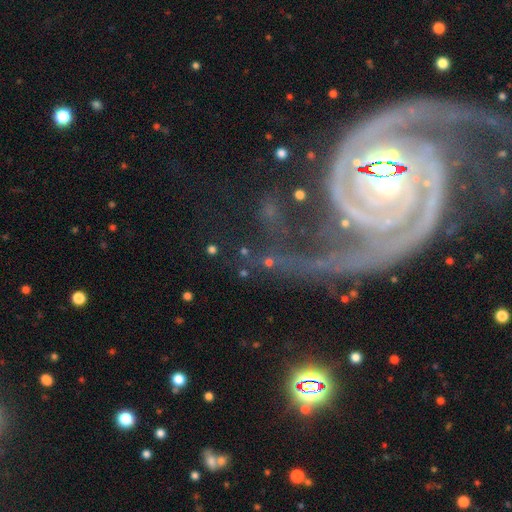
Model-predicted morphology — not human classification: The model was most divided on "bulge size": small: 45%, moderate: 40%, large: 9%, none: 3%, dominant: 3%. Remaining: spiral arms — yes (97%); edge-on disk — no (97%); smooth or featured — featured or disk (88%); spiral arm count — 2 (62%); spiral winding — tight (61%); merging — none (54%); bar — no (47%).